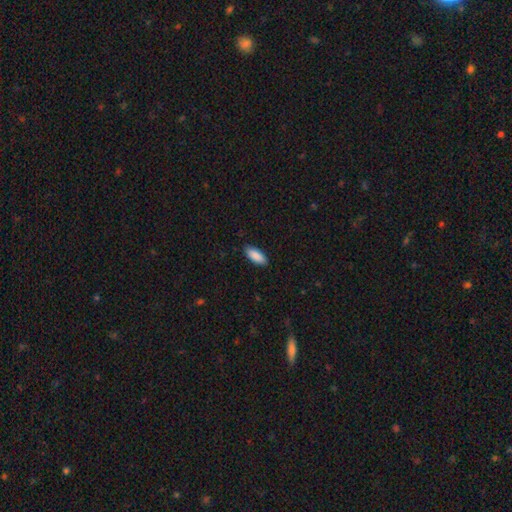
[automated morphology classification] smooth-or-featured: smooth: 90% | star or artifact: 6% | featured or disk: 4%
  how-rounded: in between: 82% | cigar-shaped: 16% | round: 2%
  merging: none: 88% | minor disturbance: 9% | major disturbance: 2% | merger: 1%